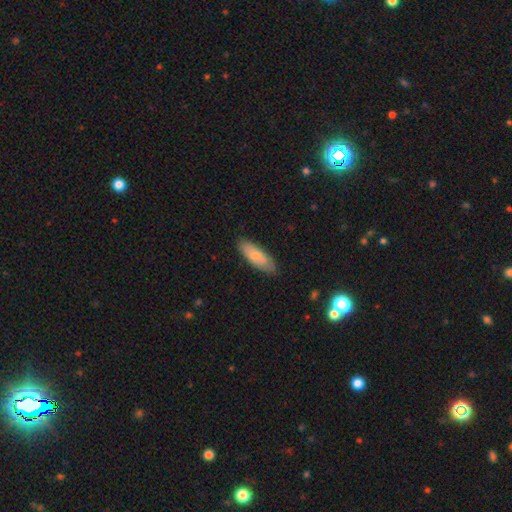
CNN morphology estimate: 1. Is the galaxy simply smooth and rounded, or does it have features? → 76% smooth, 19% featured or disk, 5% star or artifact.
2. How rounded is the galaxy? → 66% in between, 32% cigar-shaped, 2% round.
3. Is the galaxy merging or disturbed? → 82% none, 14% minor disturbance, 2% major disturbance, 1% merger.